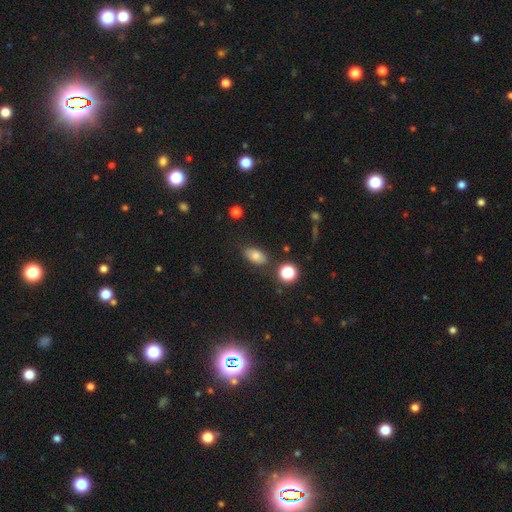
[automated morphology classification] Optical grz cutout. It shows a smooth galaxy with no disk features (77%) that is in between round and cigar-shaped (87%). Merging: none (79%).